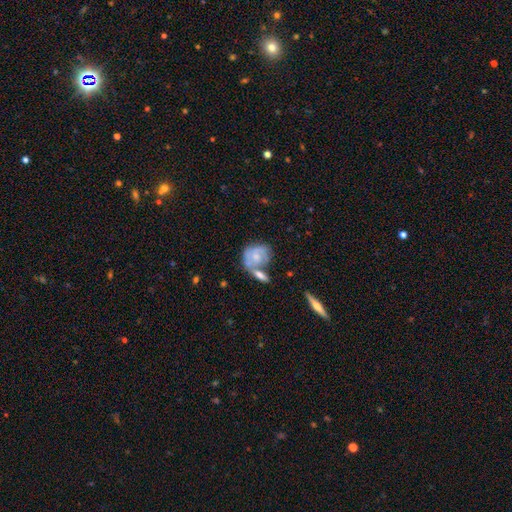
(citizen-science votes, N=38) This appears to be a featured or disk galaxy (55%) with no bar (65%), tight (50%) spiral arms (70%) and a moderate central bulge (55%). Merging: none (44%).